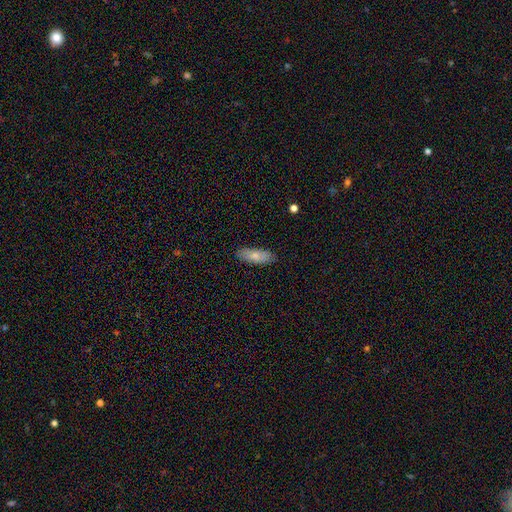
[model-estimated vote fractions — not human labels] A smooth galaxy with no disk features (74%) that is in between round and cigar-shaped (72%). Merging: none (87%).